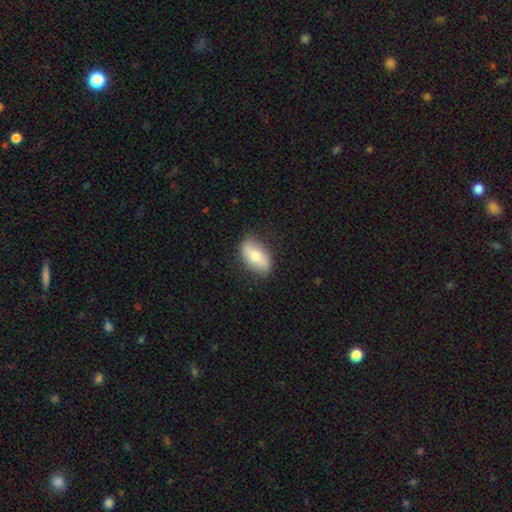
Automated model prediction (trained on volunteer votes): Smooth or featured?
  - smooth: 68% *
  - featured or disk: 26%
  - star or artifact: 6%
How rounded?
  - in between: 91% *
  - round: 5%
  - cigar-shaped: 4%
Merging?
  - none: 82% *
  - minor disturbance: 14%
  - major disturbance: 3%
  - merger: 1%